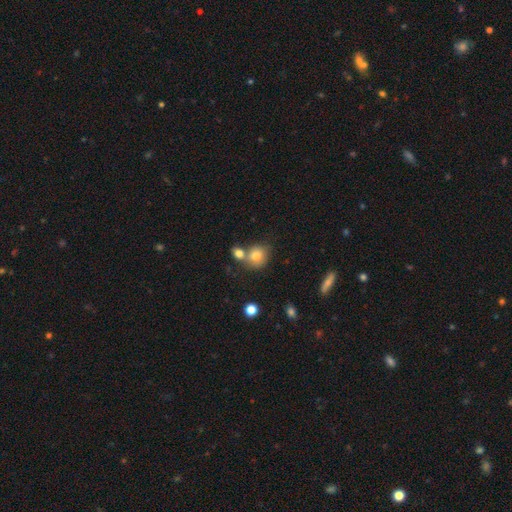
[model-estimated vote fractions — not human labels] Smooth or featured? Predicted: smooth (p=0.78). How rounded? Predicted: round (p=0.76). Merging? Predicted: none (p=0.48).